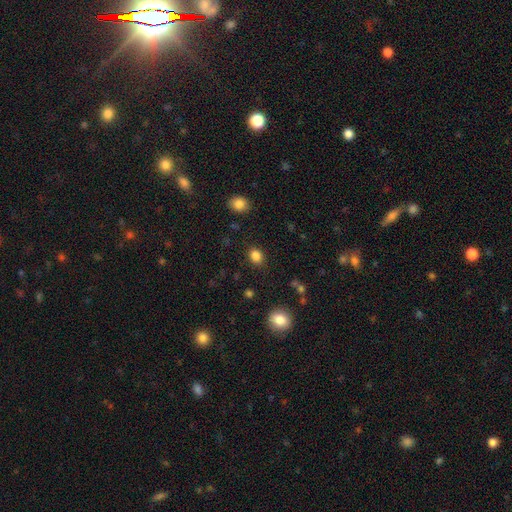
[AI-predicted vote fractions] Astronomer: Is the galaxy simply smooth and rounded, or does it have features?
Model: smooth — 85%.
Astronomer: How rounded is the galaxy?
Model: round — 50% (runner-up: in between, 49%).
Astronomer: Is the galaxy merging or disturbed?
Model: none — 85%.